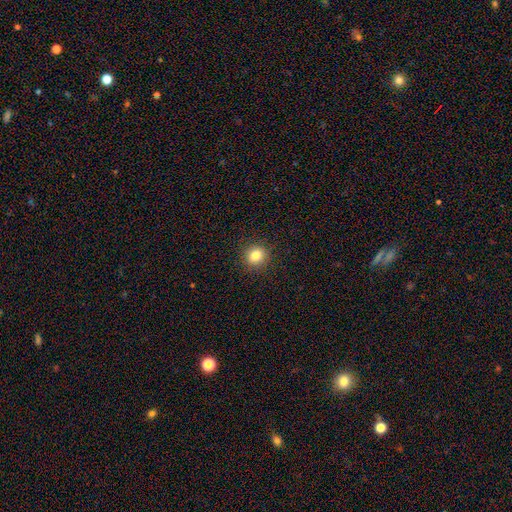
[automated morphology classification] Smooth or featured? Predicted: smooth (p=0.83). How rounded? Predicted: round (p=0.87). Merging? Predicted: none (p=0.91).